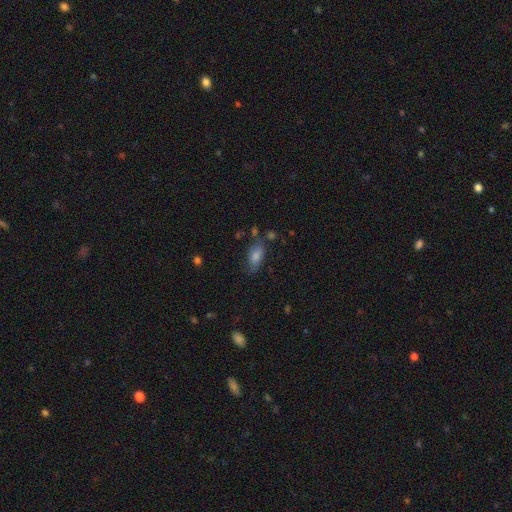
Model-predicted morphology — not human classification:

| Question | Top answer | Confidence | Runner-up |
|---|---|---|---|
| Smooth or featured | smooth | 63% | featured or disk (20%) |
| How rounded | in between | 80% | cigar-shaped (14%) |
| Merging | none | 65% | minor disturbance (20%) |